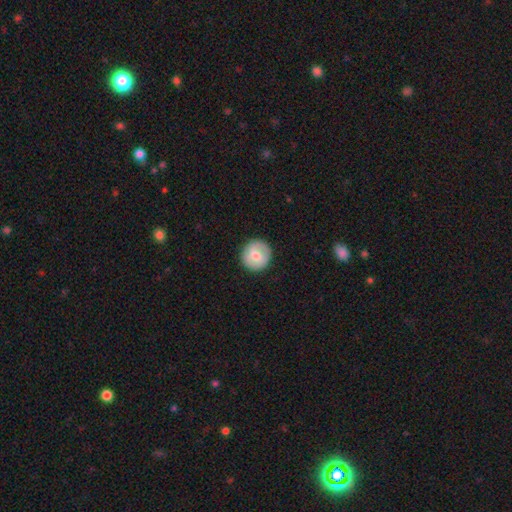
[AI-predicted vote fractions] smooth 52%, featured or disk 42%, star or artifact 6%. Down the decision tree: how rounded — round (93%); merging — none (90%).